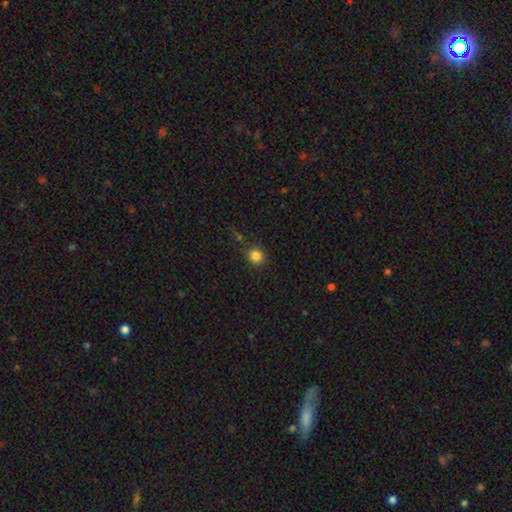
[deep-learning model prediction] A smooth galaxy with no disk features (84%) that is round (87%).

Vote fractions:
- Smooth or featured? smooth: 84% / star or artifact: 12% / featured or disk: 5%
- How rounded? round: 87% / in between: 12% / cigar-shaped: 1%
- Merging? none: 85% / minor disturbance: 8% / merger: 4% / major disturbance: 3%